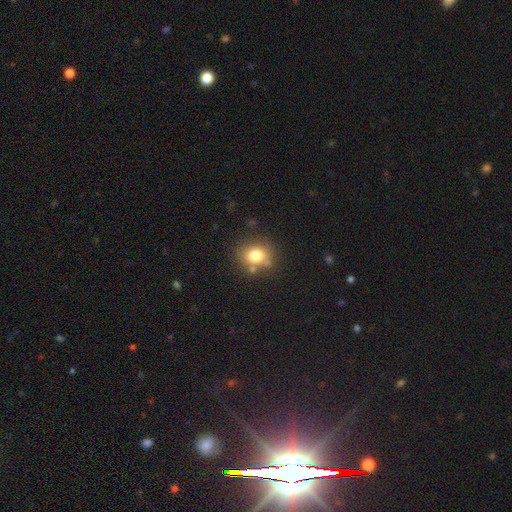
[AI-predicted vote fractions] smooth 77%, star or artifact 12%, featured or disk 11%. Down the decision tree: how rounded — round (70%); merging — none (72%).